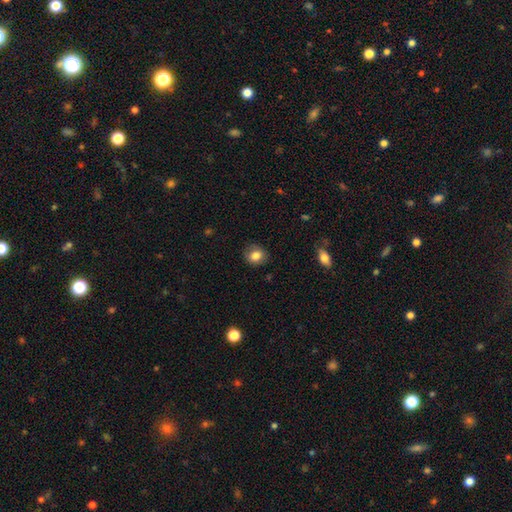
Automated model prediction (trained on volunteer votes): This is clearly a smooth galaxy (82%). How rounded: likely round (72%). Merging: clearly none (83%).